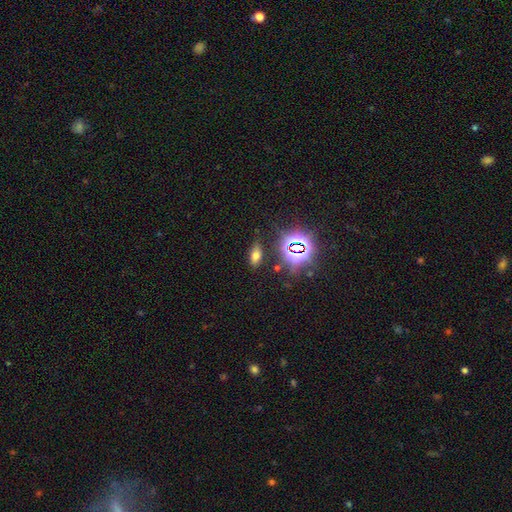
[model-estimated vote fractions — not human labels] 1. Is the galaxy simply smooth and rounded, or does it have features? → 58% smooth, 31% star or artifact, 11% featured or disk.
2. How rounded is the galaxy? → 82% in between, 10% cigar-shaped, 8% round.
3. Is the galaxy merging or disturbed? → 80% none, 12% minor disturbance, 4% major disturbance, 3% merger.